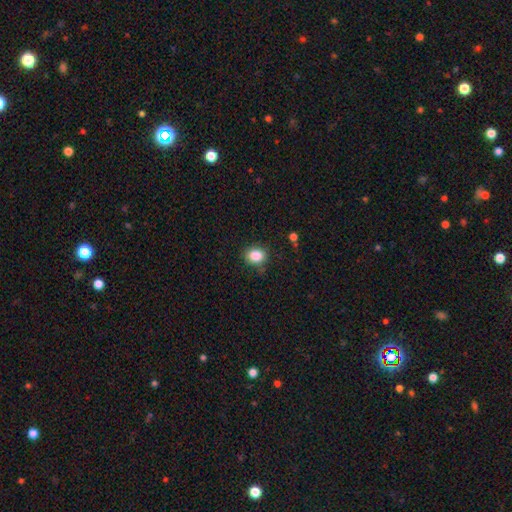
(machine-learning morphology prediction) smooth 85%, star or artifact 10%, featured or disk 5%. Down the decision tree: how rounded — in between (51%); merging — none (76%).